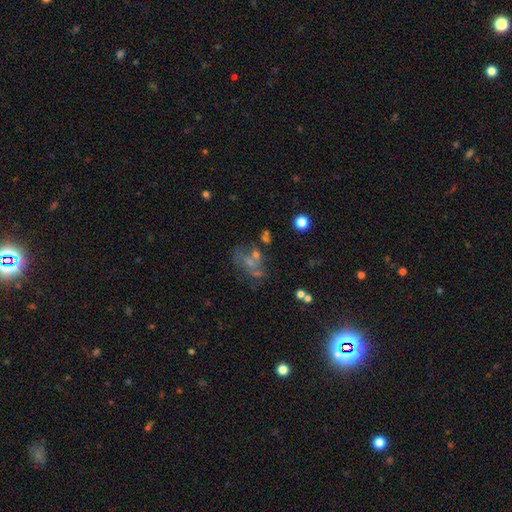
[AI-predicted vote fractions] Q: Smooth or featured?
A: featured or disk (40%); runner-up: star or artifact (33%)
Q: Merging?
A: none (40%); runner-up: major disturbance (24%)